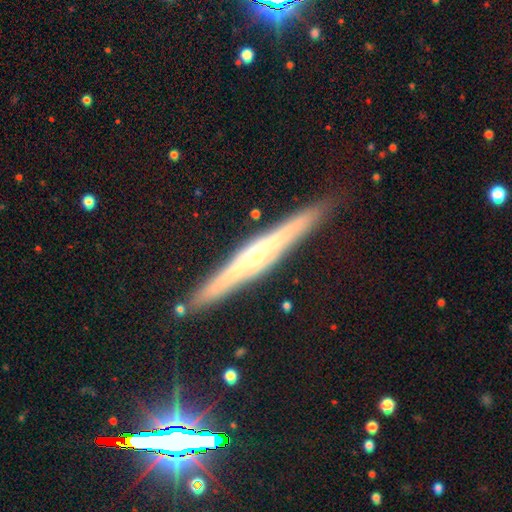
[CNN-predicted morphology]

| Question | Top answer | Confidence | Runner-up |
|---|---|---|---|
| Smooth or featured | featured or disk | 79% | smooth (13%) |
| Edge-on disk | yes | 97% | no (3%) |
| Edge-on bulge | rounded | 66% | none (21%) |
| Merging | none | 89% | minor disturbance (8%) |